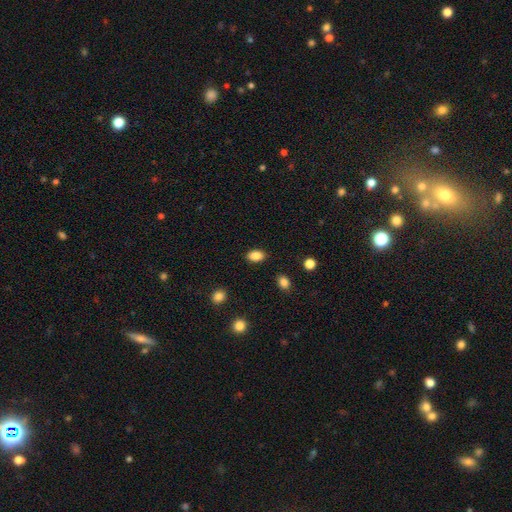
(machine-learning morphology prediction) Overall: smooth (87%). How rounded: in between (88%). Merging: none (88%).